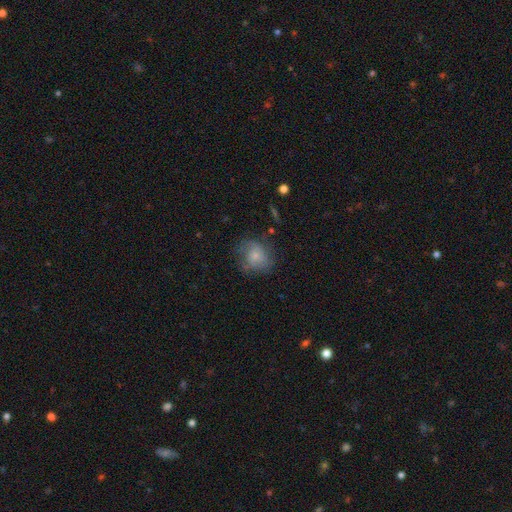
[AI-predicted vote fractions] smooth-or-featured: smooth: 49% | featured or disk: 42% | star or artifact: 9%
  merging: none: 59% | minor disturbance: 25% | major disturbance: 14% | merger: 2%